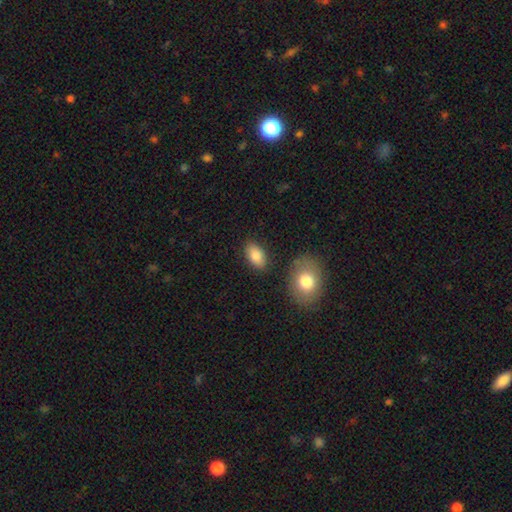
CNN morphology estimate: This is clearly a smooth galaxy (84%). How rounded: clearly in between (92%). Merging: clearly none (83%).